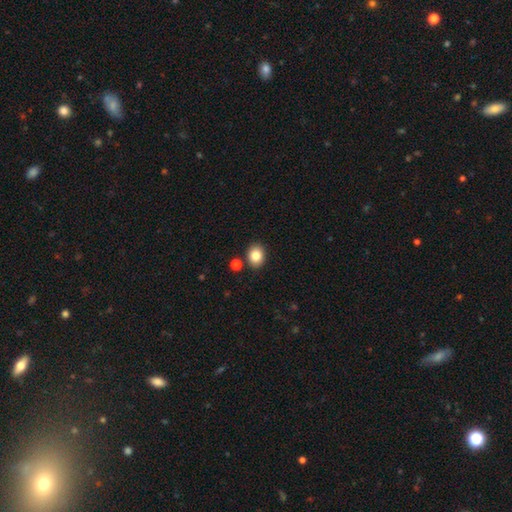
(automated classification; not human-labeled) Overall: smooth (84%). How rounded: round (55%; in between 44%). Merging: none (86%).